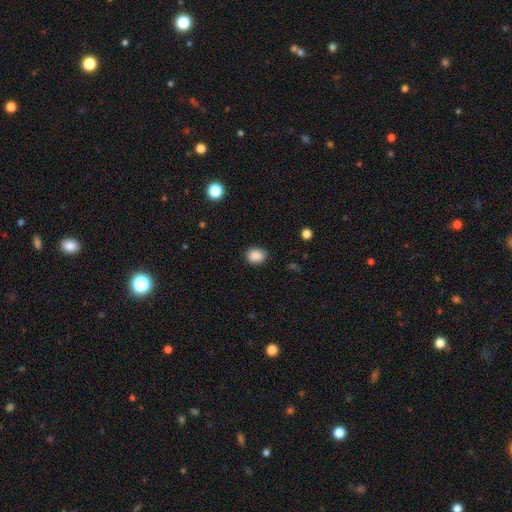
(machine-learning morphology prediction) Smooth or featured? smooth (87%)
How rounded? round (50%)
Merging? none (84%)